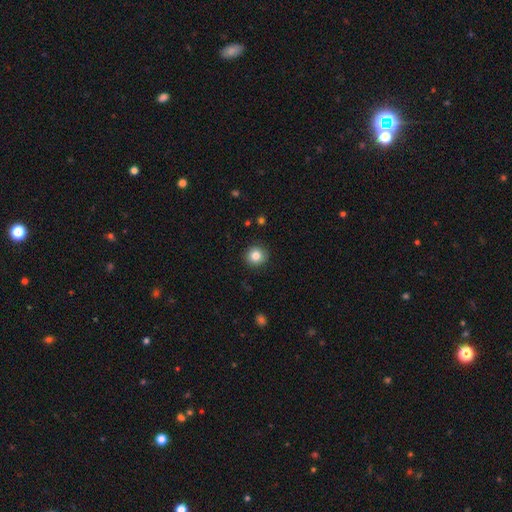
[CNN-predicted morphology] A smooth galaxy with no disk features (83%) that is round (92%). Merging: none (91%).